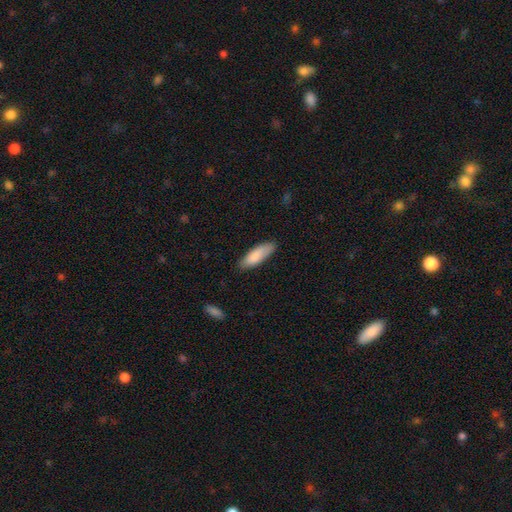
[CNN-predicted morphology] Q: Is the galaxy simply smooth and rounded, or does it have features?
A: smooth — 86%.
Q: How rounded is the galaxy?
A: in between — 56%.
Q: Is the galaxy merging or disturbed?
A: none — 80%.